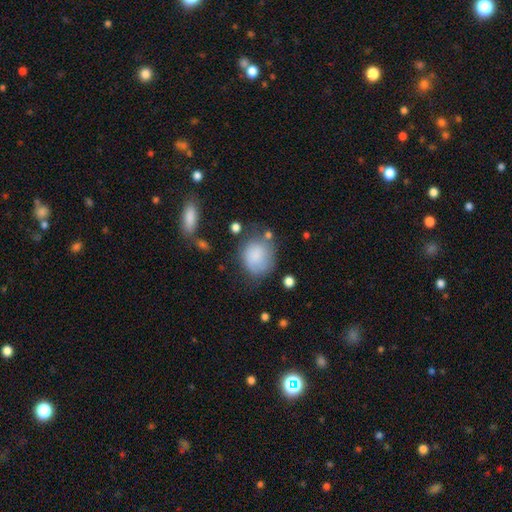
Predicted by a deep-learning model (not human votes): The model was most divided on "merging": none: 55%, minor disturbance: 26%, major disturbance: 13%, merger: 6%. More confident: smooth or featured — smooth (81%); how rounded — round (66%).